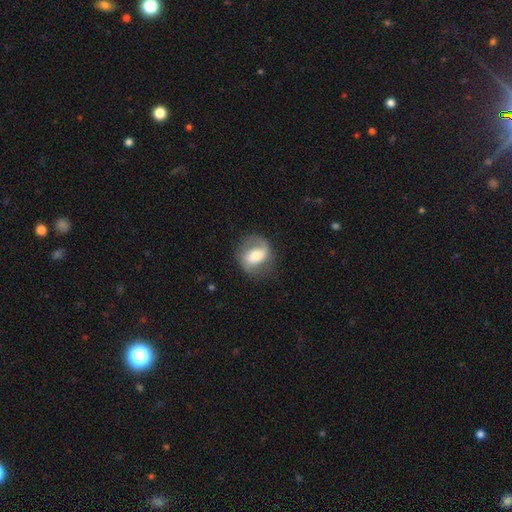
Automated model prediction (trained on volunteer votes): A featured or disk galaxy (57%) with a weak bar (37%), spiral arms (77%) and a moderate central bulge (60%). Merging: none (71%).